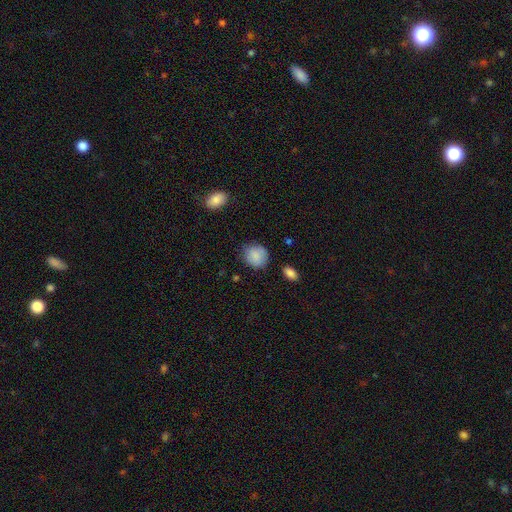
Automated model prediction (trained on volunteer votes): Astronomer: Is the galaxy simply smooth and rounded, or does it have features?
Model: smooth — 87%.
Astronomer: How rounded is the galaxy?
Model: round — 78%.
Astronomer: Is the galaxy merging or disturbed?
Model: none — 78%.